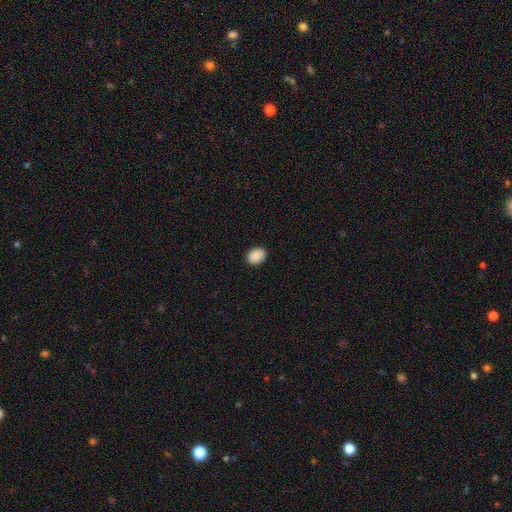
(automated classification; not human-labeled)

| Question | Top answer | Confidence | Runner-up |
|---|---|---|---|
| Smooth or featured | smooth | 90% | star or artifact (8%) |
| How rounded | in between | 54% | round (45%) |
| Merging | none | 89% | minor disturbance (8%) |